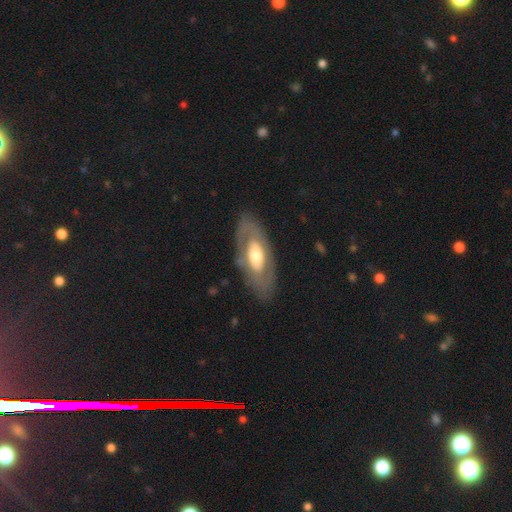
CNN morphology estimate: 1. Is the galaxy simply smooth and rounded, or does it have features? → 60% featured or disk, 35% smooth, 5% star or artifact.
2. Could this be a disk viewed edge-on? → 84% no, 16% yes.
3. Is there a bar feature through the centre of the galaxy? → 74% no, 17% weak, 9% strong.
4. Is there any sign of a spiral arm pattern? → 74% no, 26% yes.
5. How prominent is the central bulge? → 59% moderate, 24% large, 13% small, 2% dominant, 1% none.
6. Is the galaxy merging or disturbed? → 79% none, 13% minor disturbance, 6% major disturbance, 1% merger.